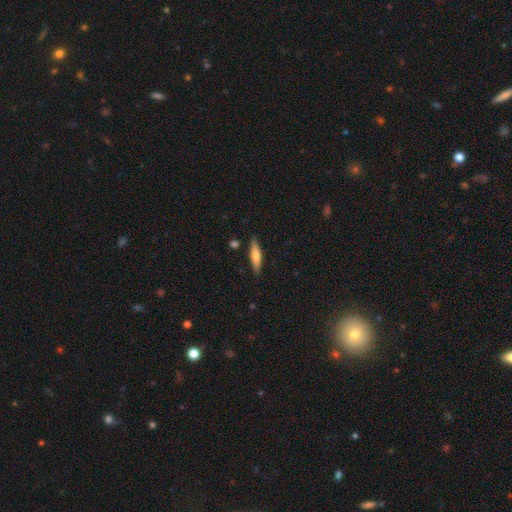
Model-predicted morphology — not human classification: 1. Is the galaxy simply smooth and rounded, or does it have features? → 57% smooth, 37% featured or disk, 6% star or artifact.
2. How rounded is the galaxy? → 83% cigar-shaped, 15% in between, 2% round.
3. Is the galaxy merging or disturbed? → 87% none, 9% minor disturbance, 2% merger, 2% major disturbance.